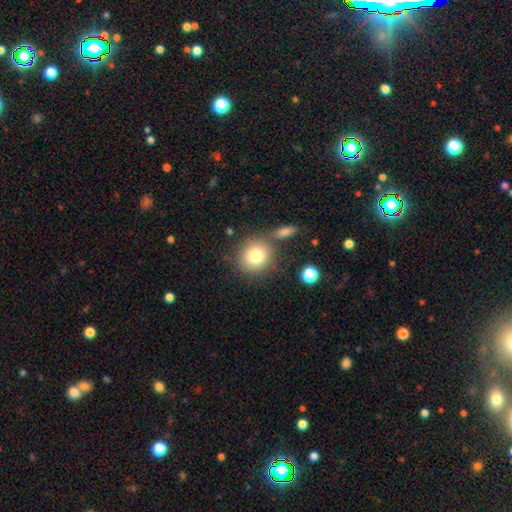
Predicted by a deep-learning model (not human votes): The model was most divided on "merging": none: 73%, merger: 13%, minor disturbance: 11%, major disturbance: 4%. More confident: how rounded — round (88%); smooth or featured — smooth (77%).